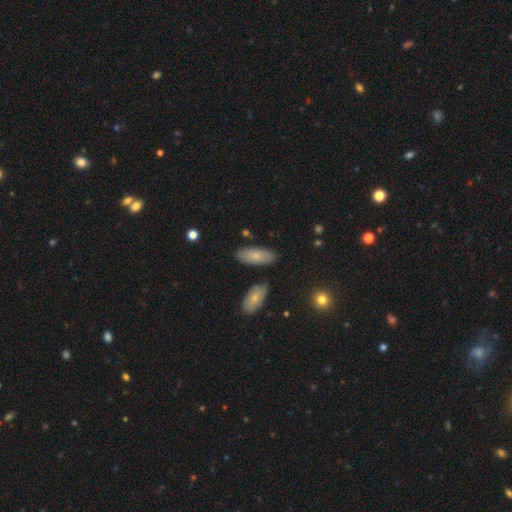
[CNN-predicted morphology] smooth-or-featured: smooth: 76% | featured or disk: 17% | star or artifact: 7%
  how-rounded: in between: 84% | cigar-shaped: 14% | round: 3%
  merging: none: 82% | minor disturbance: 12% | merger: 4% | major disturbance: 3%